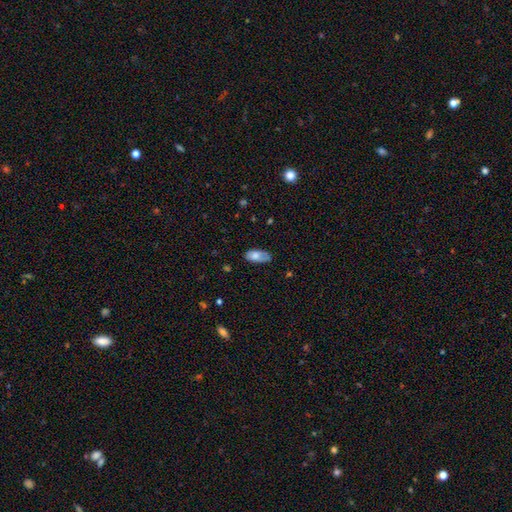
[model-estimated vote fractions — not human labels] smooth 70%, featured or disk 23%, star or artifact 7%. Down the decision tree: how rounded — in between (90%); merging — none (60%).